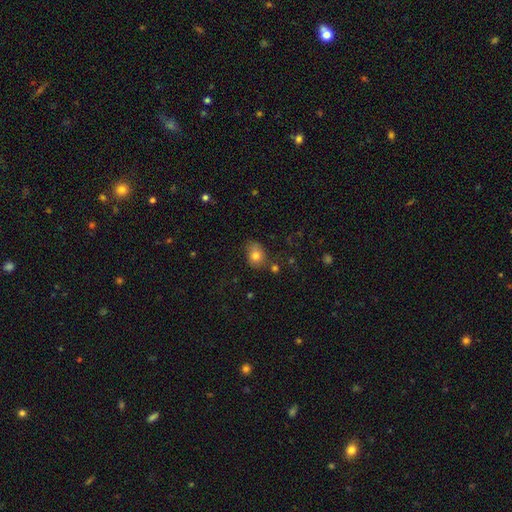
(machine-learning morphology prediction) Smooth or featured? smooth (79%)
How rounded? in between (57%)
Merging? none (63%)